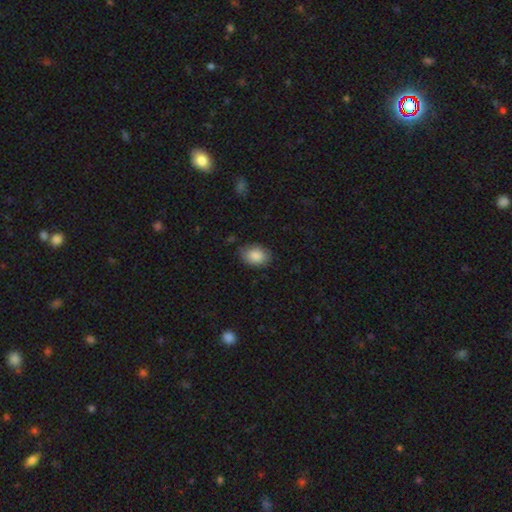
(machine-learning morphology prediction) type=smooth (87%); roundness=in between (80%); merging=none (76%).